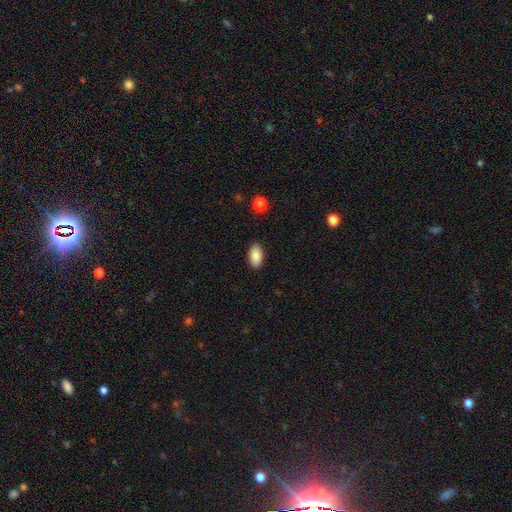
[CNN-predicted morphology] This is clearly a smooth galaxy (88%). How rounded: clearly in between (95%). Merging: clearly none (89%).